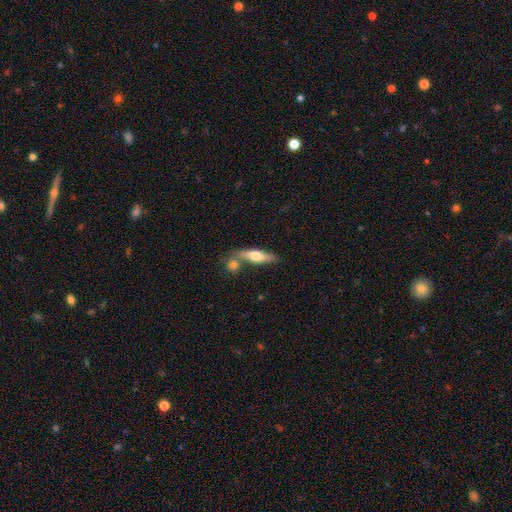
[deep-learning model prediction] Q: Smooth or featured?
A: smooth (56%); runner-up: featured or disk (38%)
Q: How rounded?
A: cigar-shaped (55%); runner-up: in between (42%)
Q: Merging?
A: none (56%); runner-up: merger (28%)